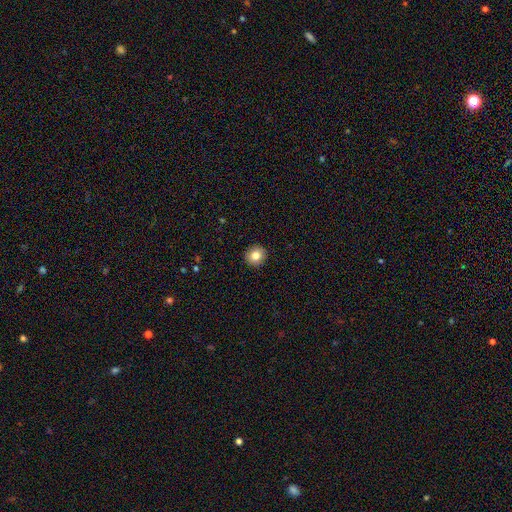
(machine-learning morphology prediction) type=smooth (82%); roundness=round (91%); merging=none (92%).